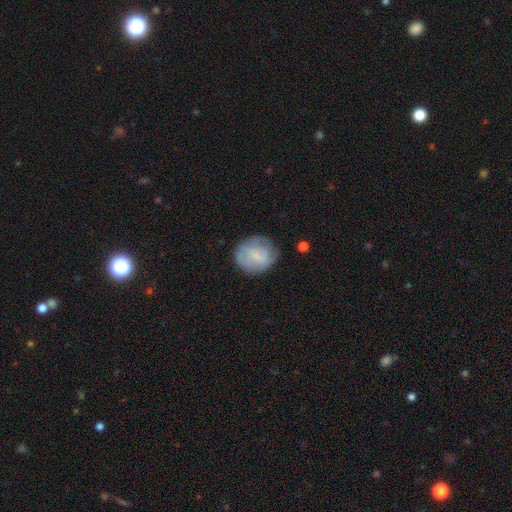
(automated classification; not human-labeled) This appears to be a smooth galaxy with no disk features (61%) that is round (76%). Merging: none (71%).